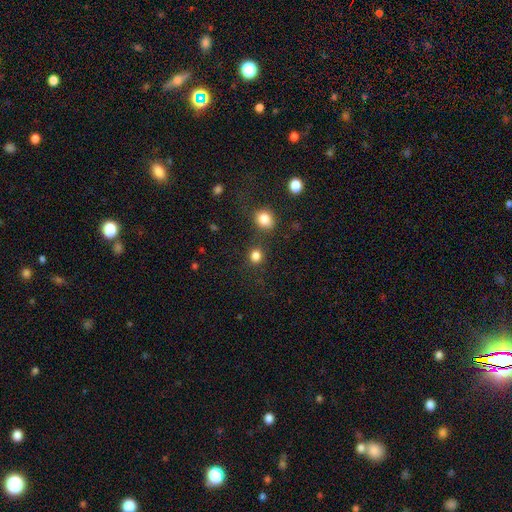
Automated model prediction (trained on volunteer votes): A smooth galaxy with no disk features (82%) that is round (82%).

Vote fractions:
- Smooth or featured? smooth: 82% / star or artifact: 13% / featured or disk: 4%
- How rounded? round: 82% / in between: 17% / cigar-shaped: 1%
- Merging? none: 79% / merger: 9% / minor disturbance: 8% / major disturbance: 4%